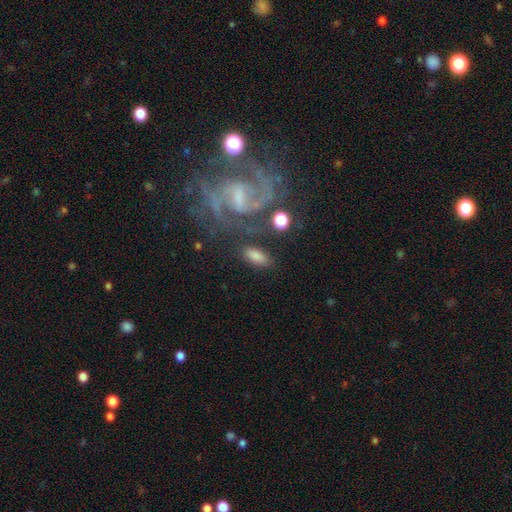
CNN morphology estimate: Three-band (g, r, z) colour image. It shows a smooth galaxy with no disk features (56%) that is in between round and cigar-shaped (82%). Merging: none (72%).